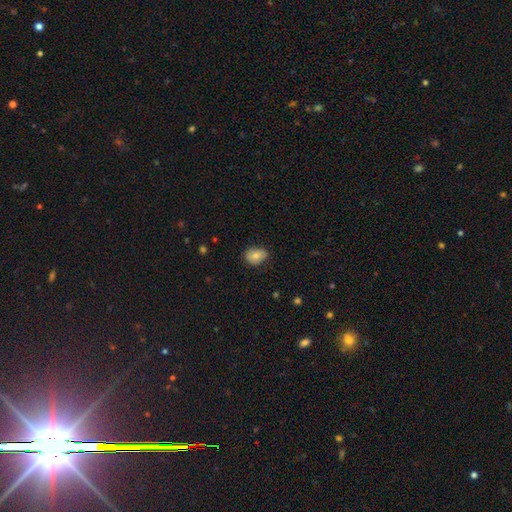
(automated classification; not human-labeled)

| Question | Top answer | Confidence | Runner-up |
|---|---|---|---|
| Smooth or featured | smooth | 77% | featured or disk (15%) |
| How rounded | in between | 73% | round (26%) |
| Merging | none | 69% | minor disturbance (25%) |